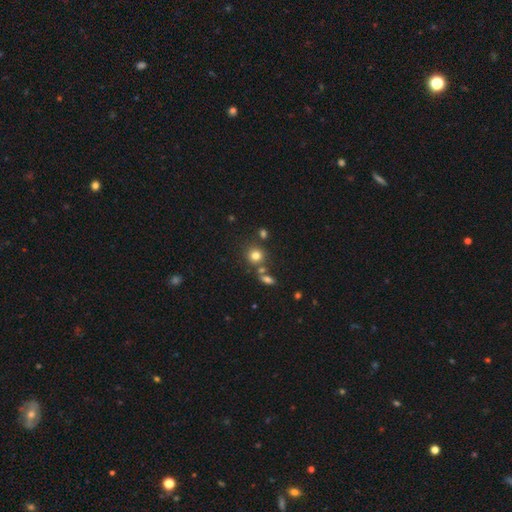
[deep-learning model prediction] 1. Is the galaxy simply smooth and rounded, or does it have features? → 77% smooth, 14% star or artifact, 8% featured or disk.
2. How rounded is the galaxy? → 86% round, 12% in between, 1% cigar-shaped.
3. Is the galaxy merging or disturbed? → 71% none, 16% merger, 10% minor disturbance, 4% major disturbance.